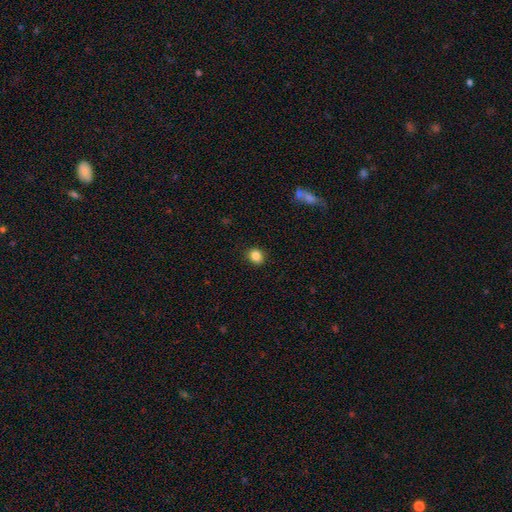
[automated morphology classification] The model was most divided on "how rounded": round: 69%, in between: 30%, cigar-shaped: 1%. More confident: merging — none (90%); smooth or featured — smooth (85%).